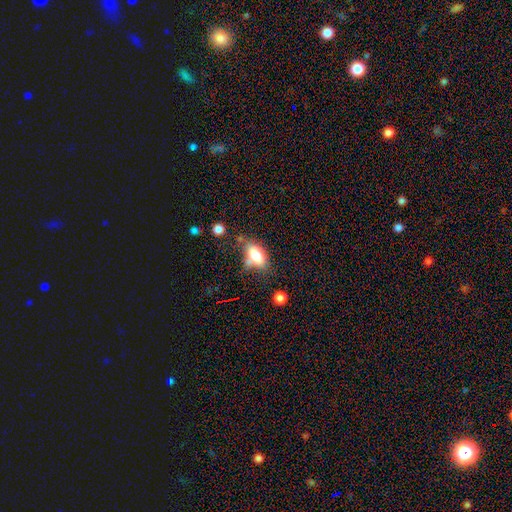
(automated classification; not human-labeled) Smooth or featured? smooth (74%)
How rounded? in between (86%)
Merging? none (54%)